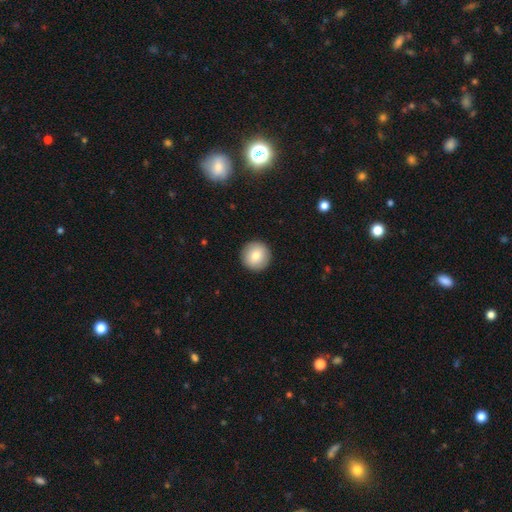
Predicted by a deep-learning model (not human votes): Q: Smooth or featured?
A: smooth (82%); runner-up: featured or disk (11%)
Q: How rounded?
A: round (96%); runner-up: in between (3%)
Q: Merging?
A: none (92%); runner-up: minor disturbance (5%)